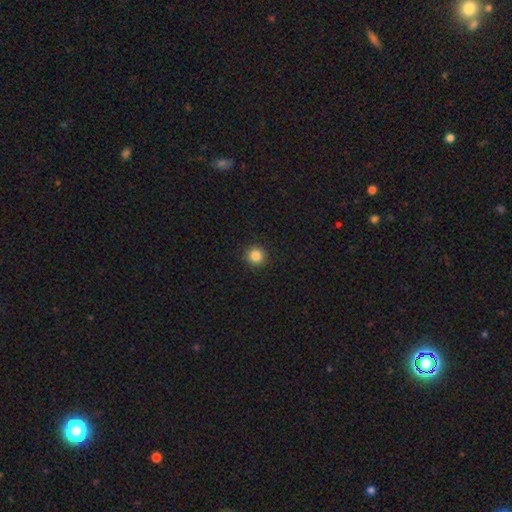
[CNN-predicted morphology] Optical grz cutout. It shows a smooth galaxy with no disk features (86%) that is round (95%). Merging: none (93%).